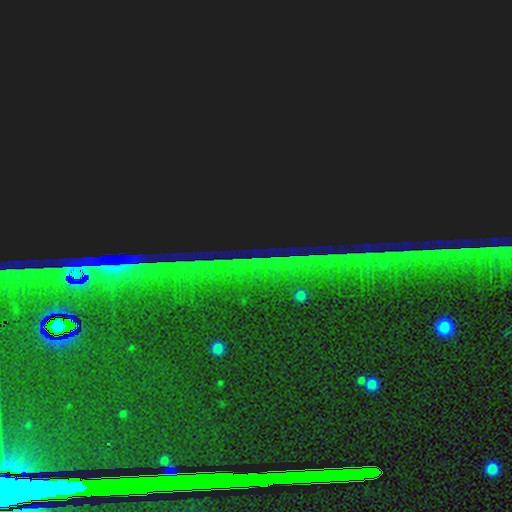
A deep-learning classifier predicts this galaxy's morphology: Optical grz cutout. It shows a star or artifact, not a galaxy (88%).